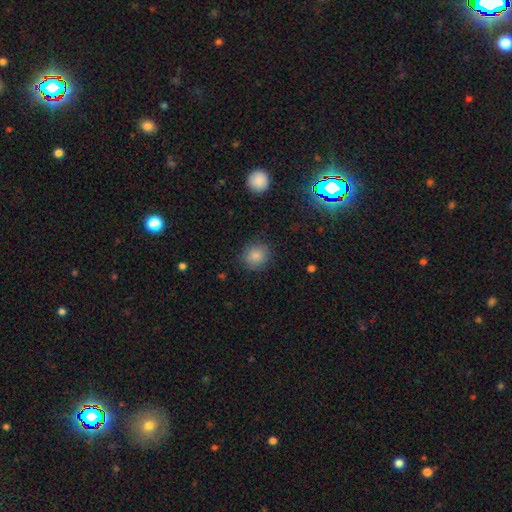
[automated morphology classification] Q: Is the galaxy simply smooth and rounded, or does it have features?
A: smooth — 84%.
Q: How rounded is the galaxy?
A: round — 85%.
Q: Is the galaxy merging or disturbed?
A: none — 84%.